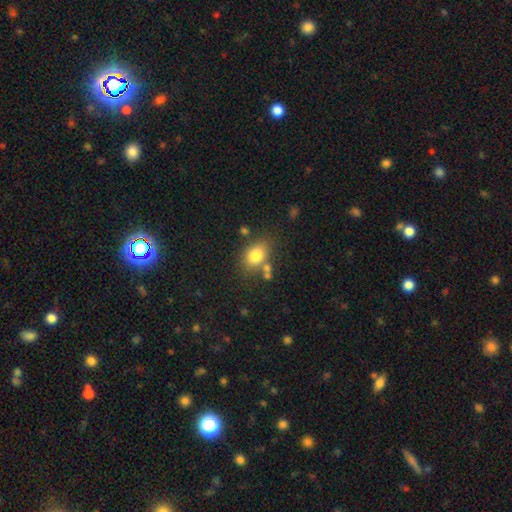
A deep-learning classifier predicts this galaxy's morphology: smooth_or_featured: smooth (p=0.81) [alt: star or artifact p=0.10]
how_rounded: in between (p=0.72) [alt: round p=0.26]
merging: none (p=0.65) [alt: minor disturbance p=0.16]